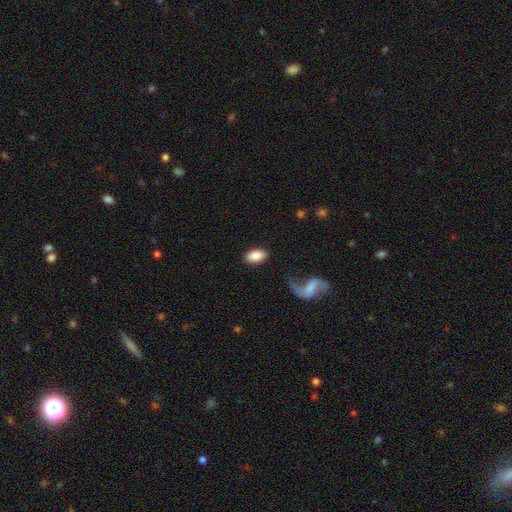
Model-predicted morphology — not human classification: smooth_or_featured: smooth (p=0.84) [alt: featured or disk p=0.10]
how_rounded: in between (p=0.93) [alt: round p=0.05]
merging: none (p=0.82) [alt: minor disturbance p=0.10]